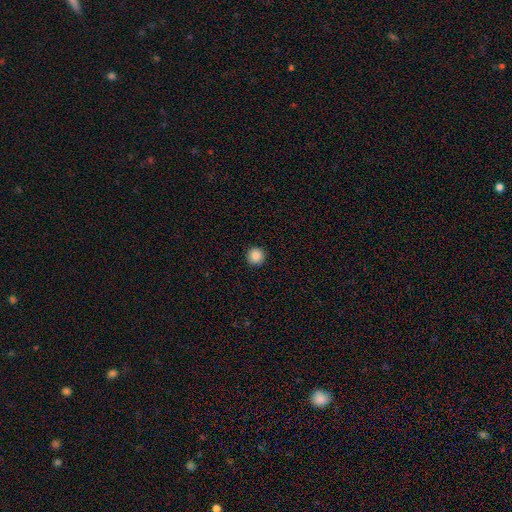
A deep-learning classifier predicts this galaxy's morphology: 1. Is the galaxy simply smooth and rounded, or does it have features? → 86% smooth, 10% star or artifact, 4% featured or disk.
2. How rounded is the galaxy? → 96% round, 3% in between, 1% cigar-shaped.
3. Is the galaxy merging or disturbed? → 94% none, 4% minor disturbance, 1% major disturbance, 1% merger.